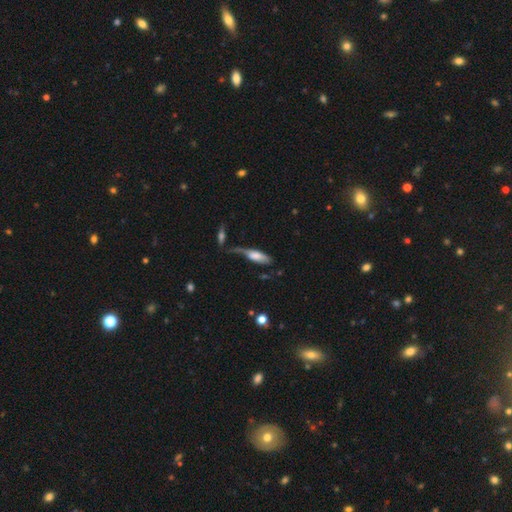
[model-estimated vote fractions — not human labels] Morphology: type=smooth (65%); roundness=in between (54%); merging=none (34%).